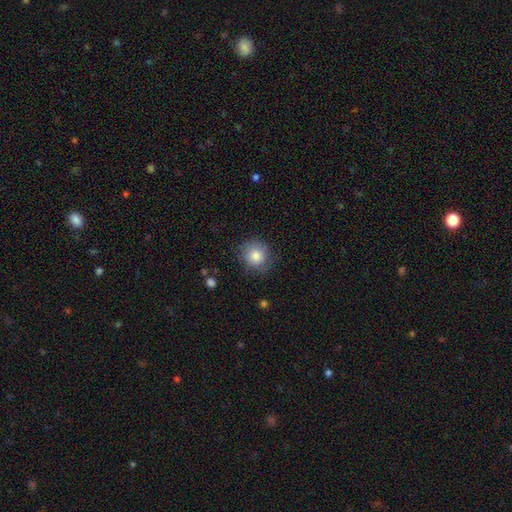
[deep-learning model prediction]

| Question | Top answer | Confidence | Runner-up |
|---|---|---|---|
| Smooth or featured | smooth | 83% | featured or disk (9%) |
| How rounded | round | 89% | in between (10%) |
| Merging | none | 78% | minor disturbance (17%) |